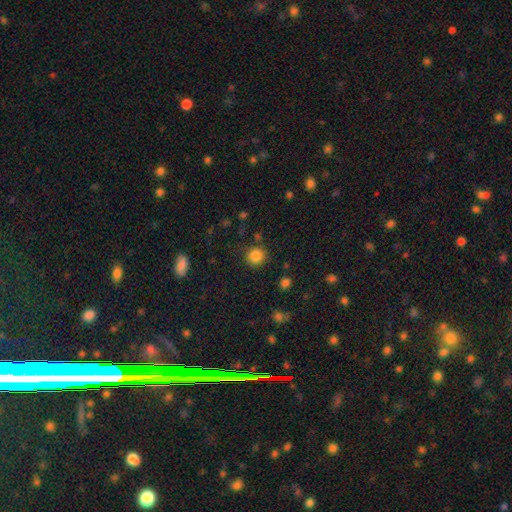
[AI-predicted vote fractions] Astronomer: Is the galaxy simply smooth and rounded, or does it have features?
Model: smooth — 84%.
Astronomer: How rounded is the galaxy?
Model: round — 91%.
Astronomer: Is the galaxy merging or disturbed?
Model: none — 85%.